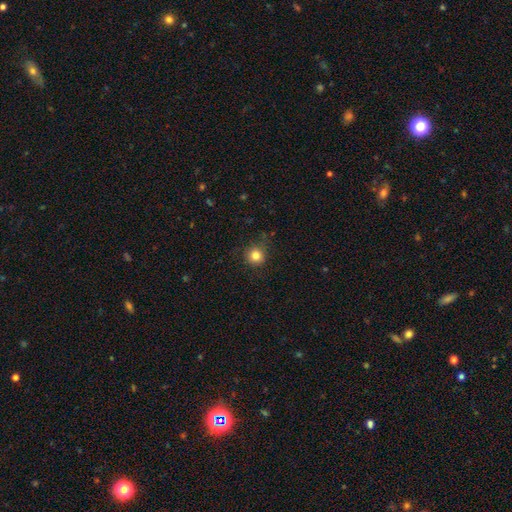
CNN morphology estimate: A smooth galaxy with no disk features (83%) that is round (92%). Merging: none (81%).